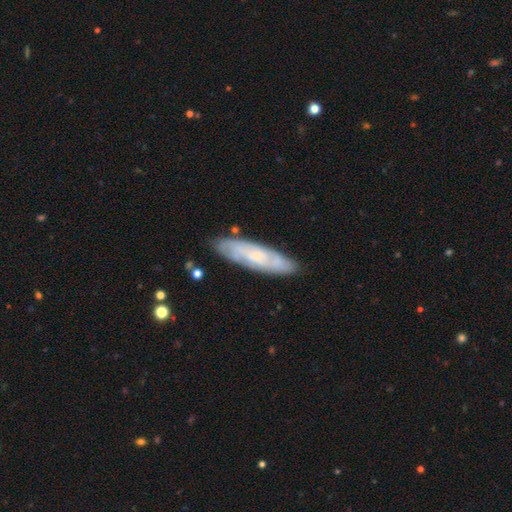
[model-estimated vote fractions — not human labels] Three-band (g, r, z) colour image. It shows a featured or disk galaxy (58%). Merging: none (81%).